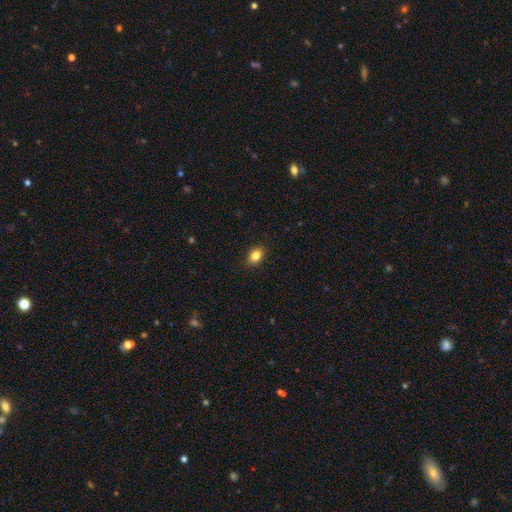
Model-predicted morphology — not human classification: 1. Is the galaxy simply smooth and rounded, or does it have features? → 84% smooth, 10% star or artifact, 6% featured or disk.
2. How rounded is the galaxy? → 69% in between, 30% round, 1% cigar-shaped.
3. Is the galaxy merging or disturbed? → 88% none, 9% minor disturbance, 2% major disturbance, 1% merger.